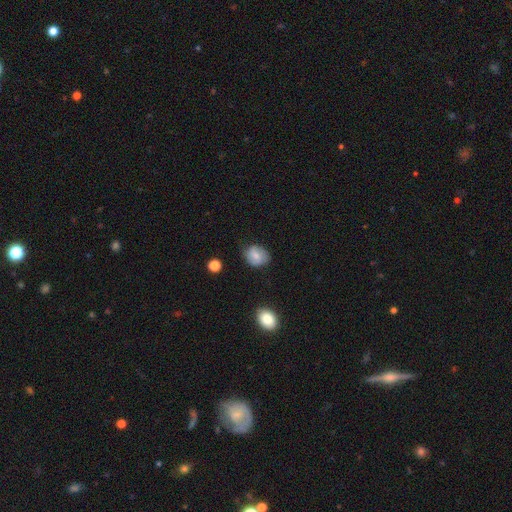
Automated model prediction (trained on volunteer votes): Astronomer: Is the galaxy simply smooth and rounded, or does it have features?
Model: smooth — 66%.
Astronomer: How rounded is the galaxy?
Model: round — 56% (runner-up: in between, 43%).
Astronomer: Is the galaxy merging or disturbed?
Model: none — 72%.